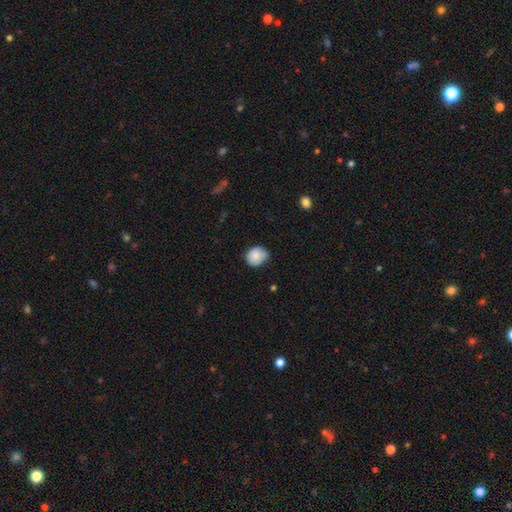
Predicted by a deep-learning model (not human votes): Q: Smooth or featured?
A: smooth (85%); runner-up: star or artifact (8%)
Q: How rounded?
A: round (71%); runner-up: in between (28%)
Q: Merging?
A: none (64%); runner-up: minor disturbance (30%)